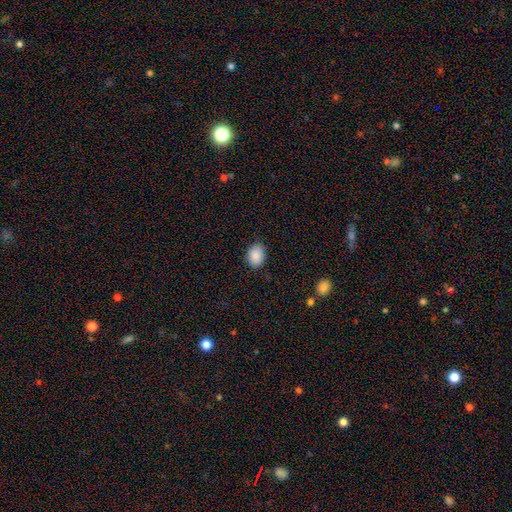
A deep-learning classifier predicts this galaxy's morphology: Smooth or featured: smooth — 88% (star or artifact — 8%)
How rounded: in between — 70% (round — 29%)
Merging: none — 85% (minor disturbance — 12%)